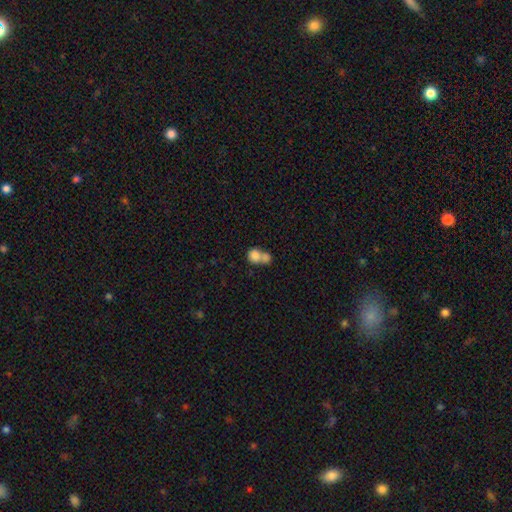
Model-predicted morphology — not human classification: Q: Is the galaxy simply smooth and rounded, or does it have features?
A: smooth — 80%.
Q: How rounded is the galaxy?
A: round — 71%.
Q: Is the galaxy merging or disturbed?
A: merger — 67%.